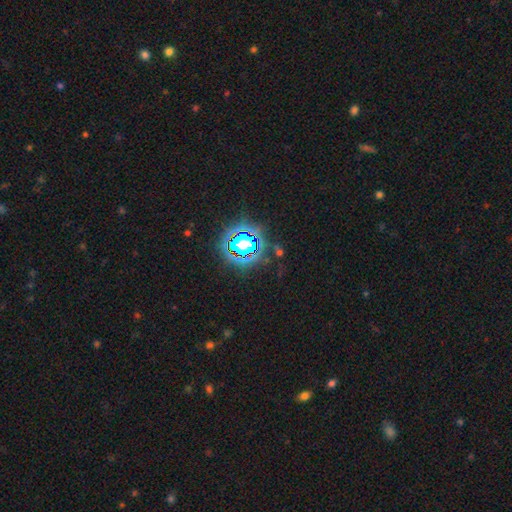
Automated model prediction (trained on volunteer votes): smooth-or-featured: star or artifact: 84% | smooth: 10% | featured or disk: 6%